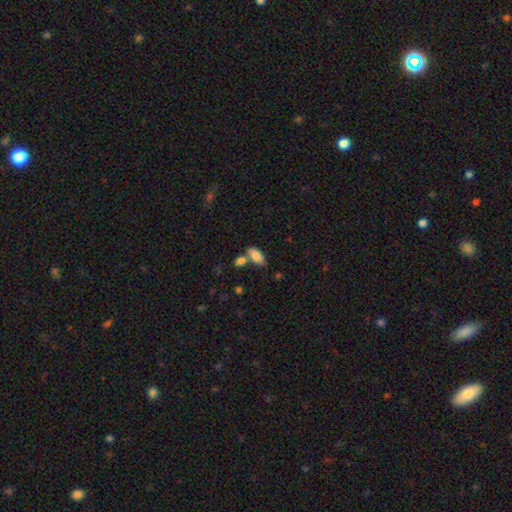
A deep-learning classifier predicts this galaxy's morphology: smooth 82%, featured or disk 11%, star or artifact 8%. Down the decision tree: how rounded — in between (88%); merging — none (52%).